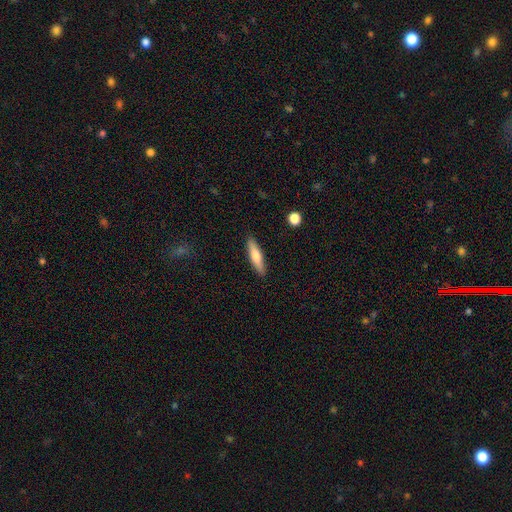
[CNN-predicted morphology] Smooth or featured? Predicted: smooth (p=0.61). How rounded? Predicted: cigar-shaped (p=0.80). Merging? Predicted: none (p=0.89).